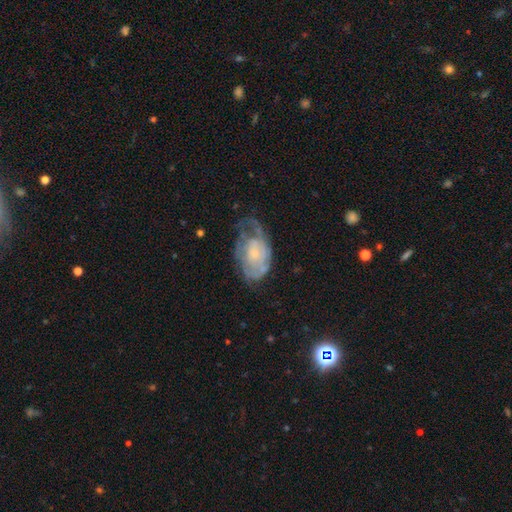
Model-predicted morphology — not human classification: Overall: featured or disk (63%). Edge-on disk: no (94%). Bar: no (76%). Spiral arms: yes (74%). Bulge size: small (56%; moderate 32%). Merging: none (51%; minor disturbance 27%).